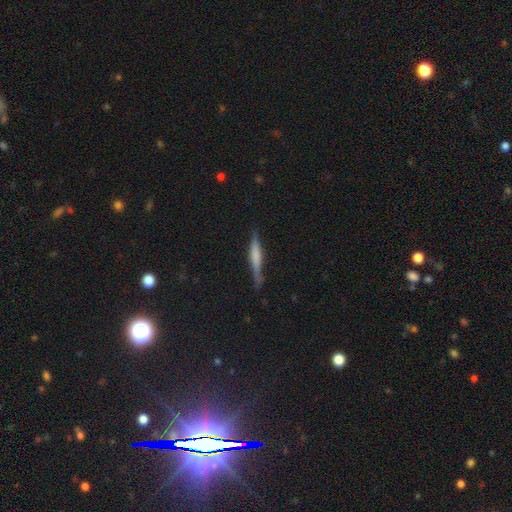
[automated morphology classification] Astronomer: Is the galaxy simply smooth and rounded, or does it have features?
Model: featured or disk — 53% (runner-up: smooth, 40%).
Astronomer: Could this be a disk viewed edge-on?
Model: yes — 96%.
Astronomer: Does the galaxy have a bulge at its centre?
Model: boxy — 40% (runner-up: rounded, 36%).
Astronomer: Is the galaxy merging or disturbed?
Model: none — 79%.